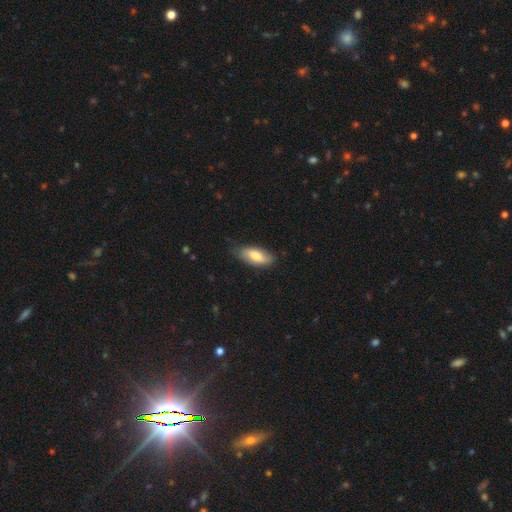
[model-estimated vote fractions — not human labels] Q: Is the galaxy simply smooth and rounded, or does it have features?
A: smooth — 76%.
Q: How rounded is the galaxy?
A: in between — 83%.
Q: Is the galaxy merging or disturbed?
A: none — 72%.